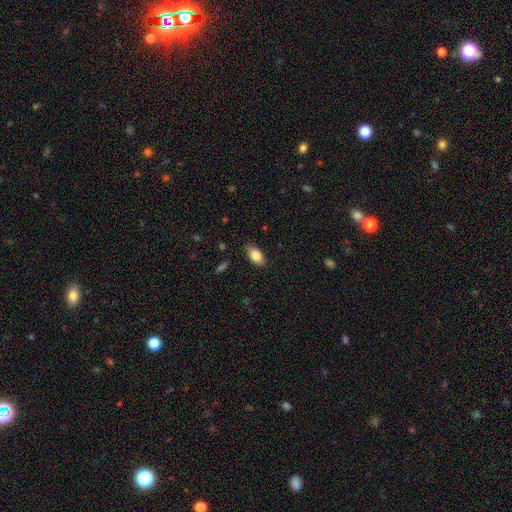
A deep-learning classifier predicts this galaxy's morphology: smooth 83%, featured or disk 10%, star or artifact 7%. Down the decision tree: how rounded — in between (91%); merging — none (85%).